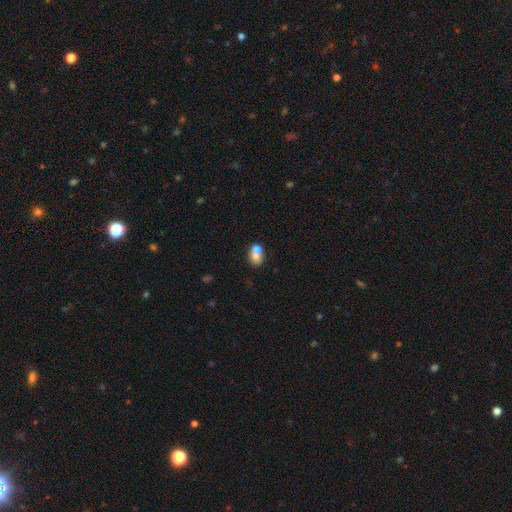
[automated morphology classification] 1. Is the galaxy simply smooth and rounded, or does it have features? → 69% smooth, 20% featured or disk, 10% star or artifact.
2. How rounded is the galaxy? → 56% in between, 42% round, 1% cigar-shaped.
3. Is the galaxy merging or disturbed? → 56% merger, 30% none, 9% minor disturbance, 5% major disturbance.